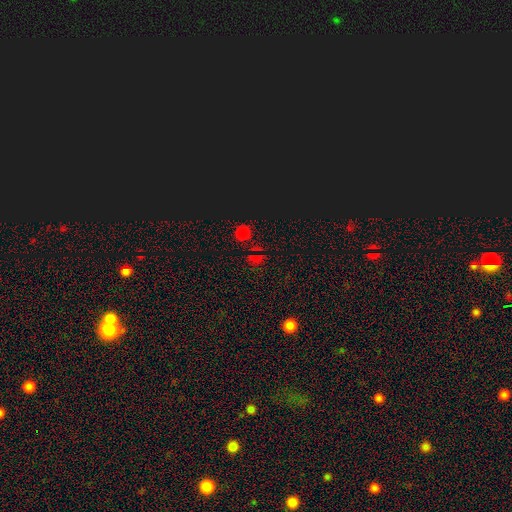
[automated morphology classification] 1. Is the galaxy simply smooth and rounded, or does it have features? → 56% star or artifact, 38% smooth, 6% featured or disk.